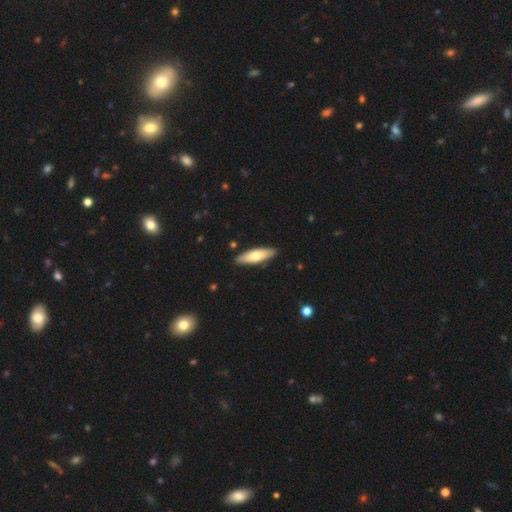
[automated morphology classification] This is likely a smooth galaxy (67%). How rounded: possibly cigar-shaped (51%). Merging: clearly none (89%).